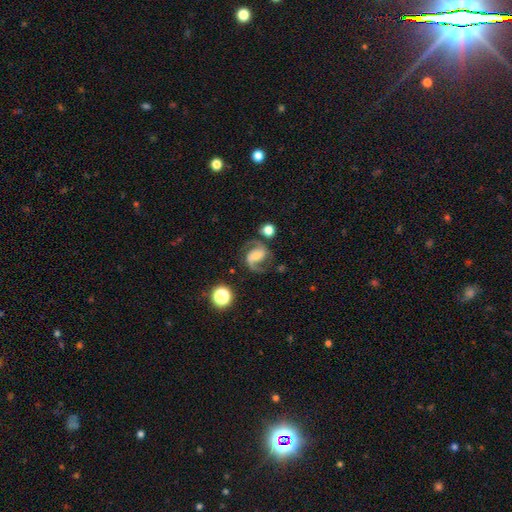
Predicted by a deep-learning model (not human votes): Smooth or featured?
  - featured or disk: 85% *
  - smooth: 8%
  - star or artifact: 7%
Edge-on disk?
  - no: 98% *
  - yes: 2%
Bar?
  - weak: 39% *
  - strong: 33%
  - no: 28%
Spiral arms?
  - yes: 97% *
  - no: 3%
Spiral winding?
  - medium: 59% *
  - loose: 26%
  - tight: 15%
Spiral arm count?
  - 2: 93% *
  - can't tell: 2%
  - 1: 2%
  - 3: 1%
  - 4: 1%
  - more than 4: 1%
Bulge size?
  - small: 40% *
  - moderate: 34%
  - none: 12%
  - large: 11%
  - dominant: 3%
Merging?
  - none: 74% *
  - minor disturbance: 14%
  - major disturbance: 8%
  - merger: 4%